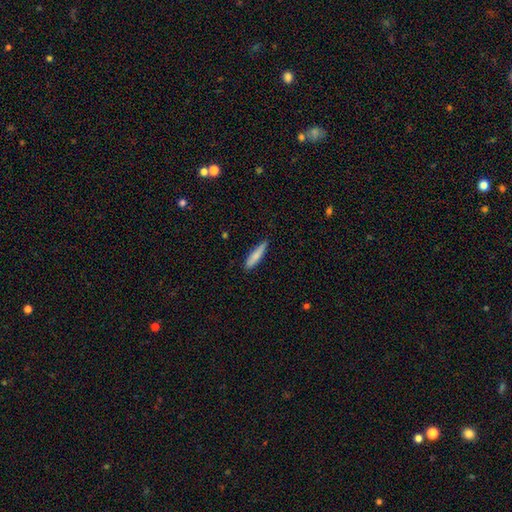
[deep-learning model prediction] Smooth or featured: smooth — 79% (featured or disk — 16%)
How rounded: cigar-shaped — 83% (in between — 15%)
Merging: none — 84% (minor disturbance — 12%)